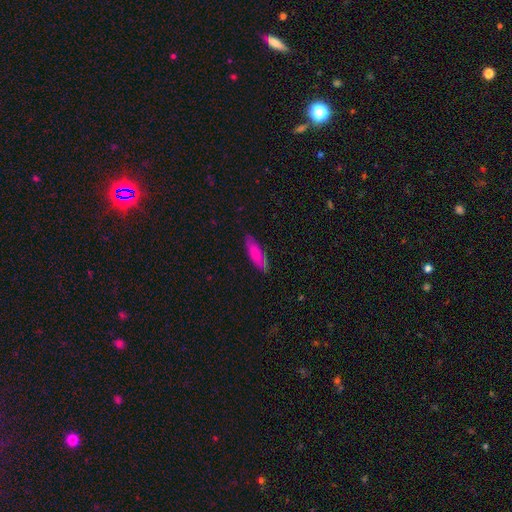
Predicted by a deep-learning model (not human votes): Smooth or featured? Predicted: smooth (p=0.75). How rounded? Predicted: in between (p=0.60). Merging? Predicted: none (p=0.79).